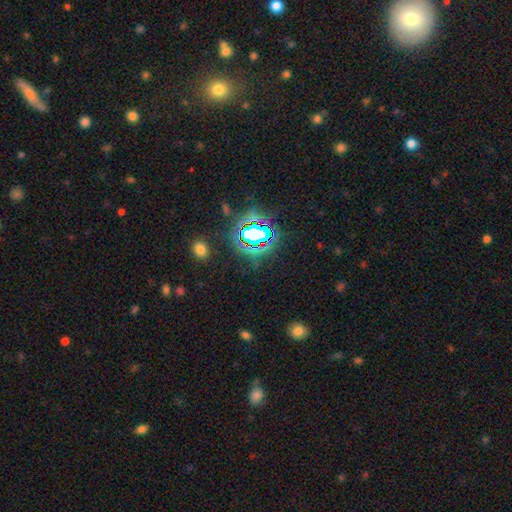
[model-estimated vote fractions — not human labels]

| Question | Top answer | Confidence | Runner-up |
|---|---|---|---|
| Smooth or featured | star or artifact | 80% | smooth (12%) |